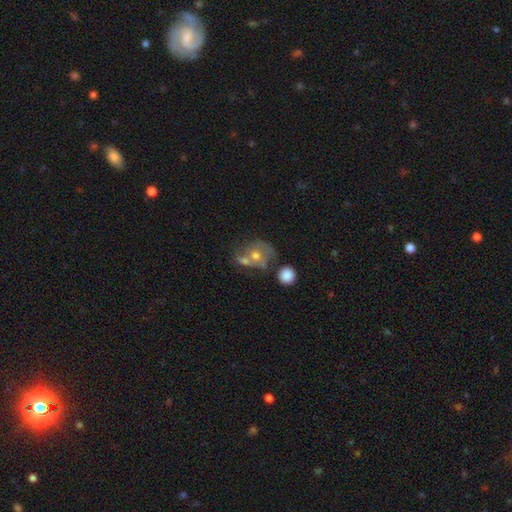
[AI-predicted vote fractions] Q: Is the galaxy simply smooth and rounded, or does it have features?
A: featured or disk — 48%.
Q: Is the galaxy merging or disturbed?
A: merger — 37%.